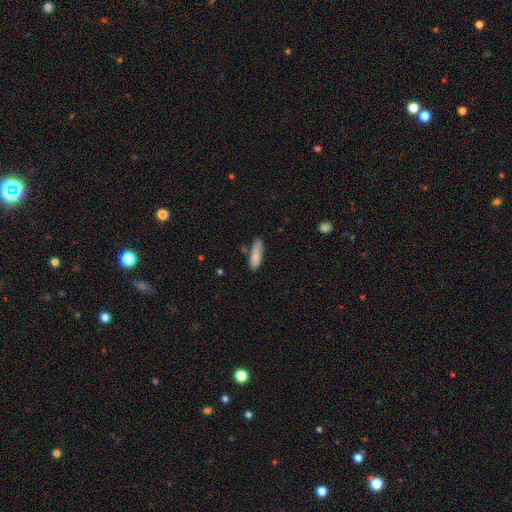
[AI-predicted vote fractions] Smooth or featured? smooth (84%)
How rounded? cigar-shaped (59%)
Merging? none (73%)